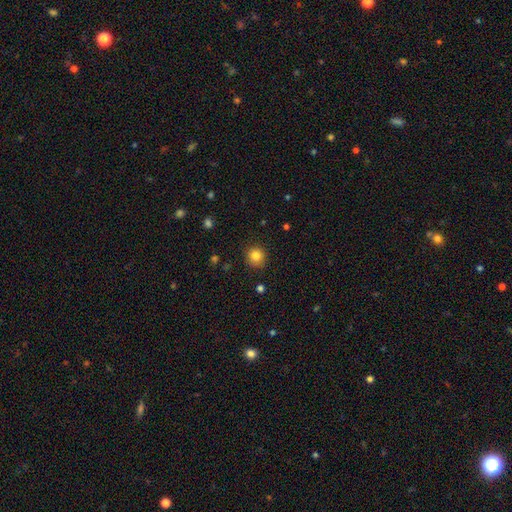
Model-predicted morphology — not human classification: smooth-or-featured: smooth: 84% | star or artifact: 11% | featured or disk: 5%
  how-rounded: round: 90% | in between: 9% | cigar-shaped: 1%
  merging: none: 88% | minor disturbance: 9% | major disturbance: 2% | merger: 1%